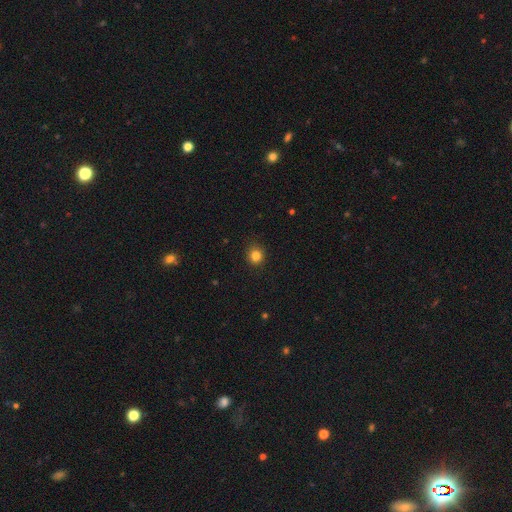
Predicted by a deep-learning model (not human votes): A smooth galaxy with no disk features (84%) that is round (90%). Merging: none (89%).